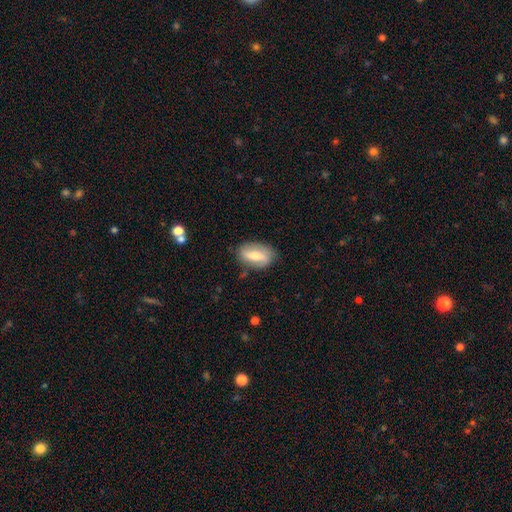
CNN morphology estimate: This is possibly a featured or disk galaxy (51%). It is clearly not viewed edge-on (89%). Merging: likely none (75%).